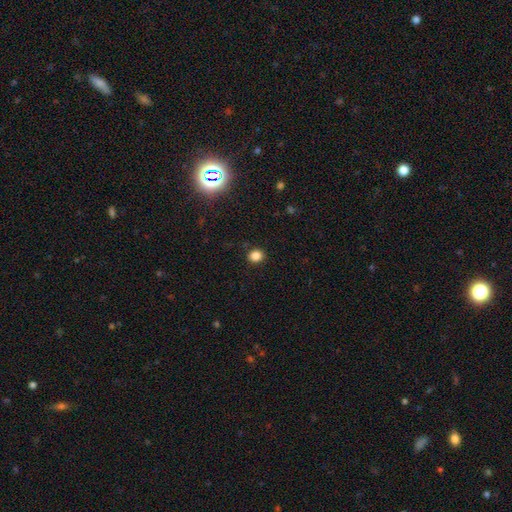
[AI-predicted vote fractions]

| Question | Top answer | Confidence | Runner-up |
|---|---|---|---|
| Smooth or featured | smooth | 84% | star or artifact (13%) |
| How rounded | round | 77% | in between (22%) |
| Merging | none | 90% | minor disturbance (7%) |